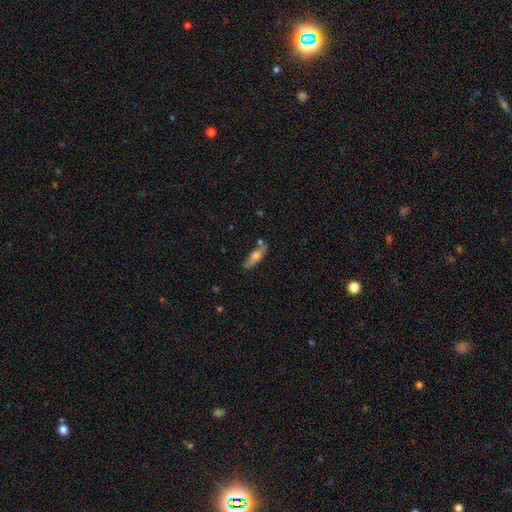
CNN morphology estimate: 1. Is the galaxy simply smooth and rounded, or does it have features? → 66% smooth, 28% featured or disk, 7% star or artifact.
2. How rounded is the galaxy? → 51% in between, 46% cigar-shaped, 3% round.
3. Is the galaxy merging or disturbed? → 66% none, 20% minor disturbance, 9% merger, 5% major disturbance.